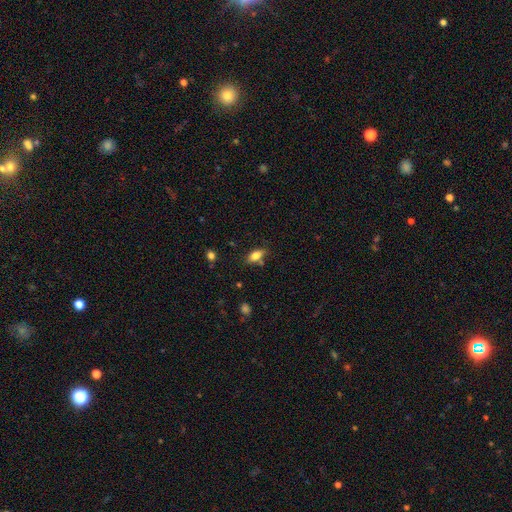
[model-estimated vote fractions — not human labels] Smooth or featured? Predicted: smooth (p=0.77). How rounded? Predicted: in between (p=0.85). Merging? Predicted: none (p=0.74).